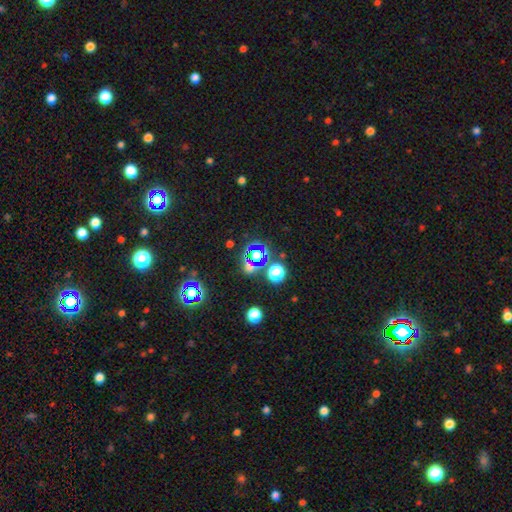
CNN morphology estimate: star or artifact 61%, smooth 30%, featured or disk 9%.